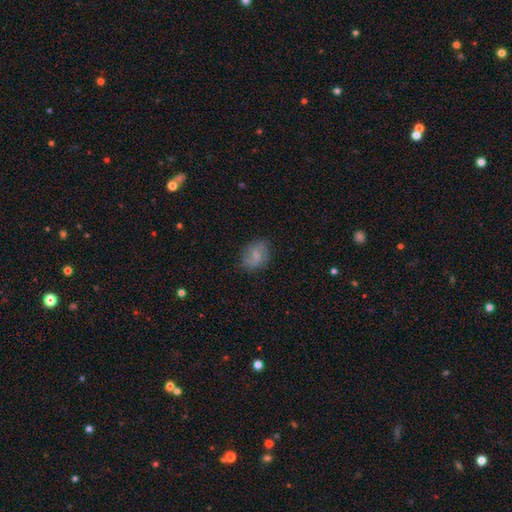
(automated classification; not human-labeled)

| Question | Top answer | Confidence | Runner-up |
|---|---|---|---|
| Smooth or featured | smooth | 61% | featured or disk (30%) |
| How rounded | in between | 61% | round (38%) |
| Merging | none | 74% | minor disturbance (19%) |